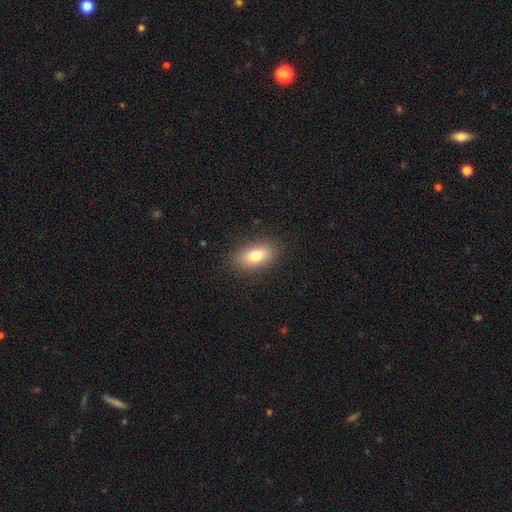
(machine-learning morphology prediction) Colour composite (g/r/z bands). It shows a smooth galaxy with no disk features (78%) that is in between round and cigar-shaped (87%). Merging: none (87%).